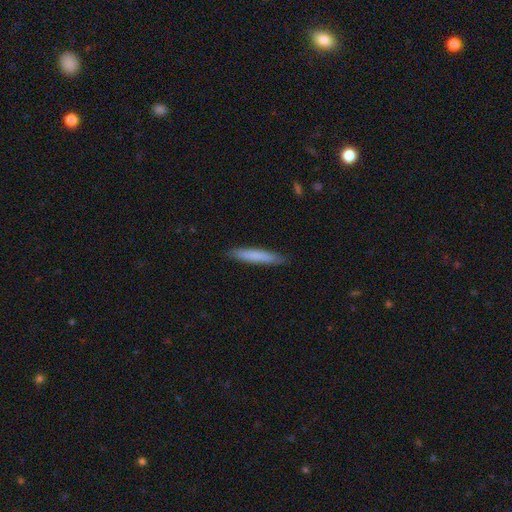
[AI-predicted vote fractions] A smooth galaxy with no disk features (78%) that is cigar-shaped (94%). Merging: none (89%).